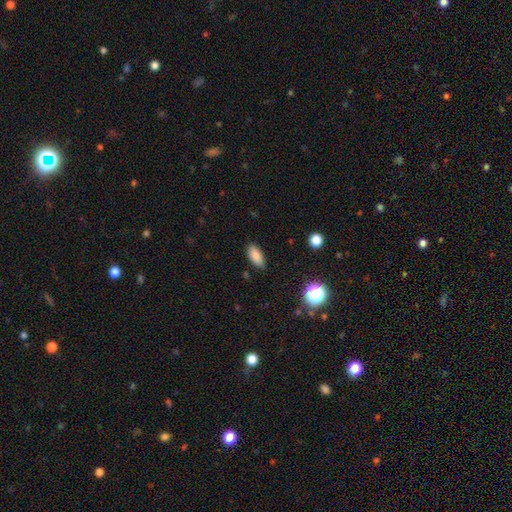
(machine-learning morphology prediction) Smooth or featured?
  - smooth: 85% *
  - star or artifact: 9%
  - featured or disk: 6%
How rounded?
  - in between: 88% *
  - cigar-shaped: 9%
  - round: 3%
Merging?
  - none: 85% *
  - minor disturbance: 12%
  - major disturbance: 2%
  - merger: 1%